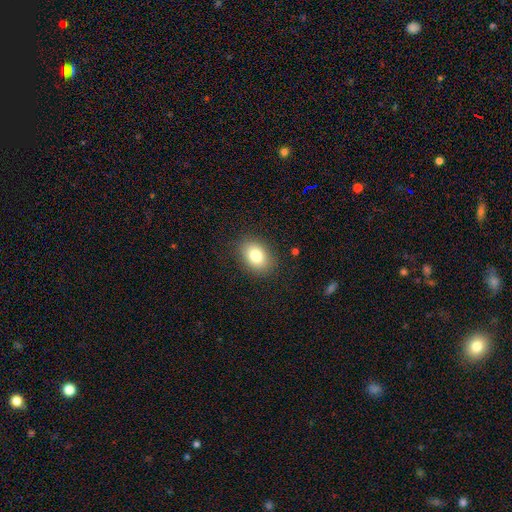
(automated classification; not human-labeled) Smooth or featured? Predicted: smooth (p=0.81). How rounded? Predicted: in between (p=0.71). Merging? Predicted: none (p=0.87).